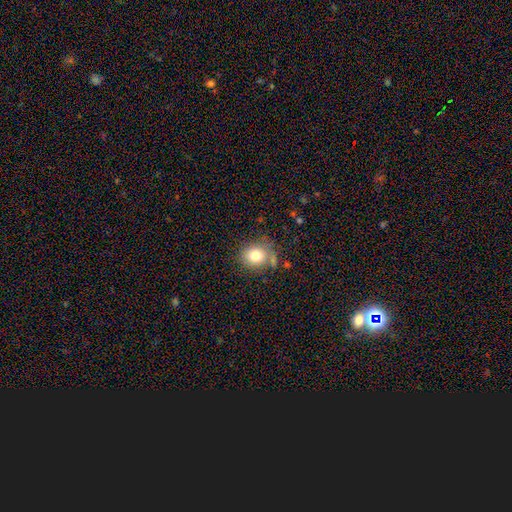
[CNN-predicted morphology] Smooth or featured: smooth — 78% (star or artifact — 11%)
How rounded: round — 74% (in between — 25%)
Merging: none — 72% (minor disturbance — 16%)